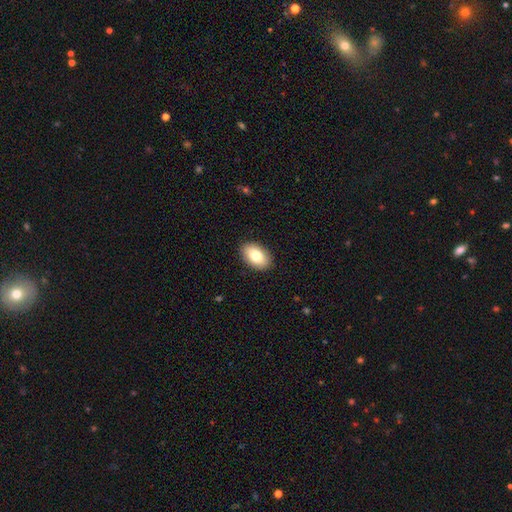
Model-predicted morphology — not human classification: Q: Smooth or featured?
A: smooth (79%); runner-up: featured or disk (14%)
Q: How rounded?
A: in between (91%); runner-up: round (7%)
Q: Merging?
A: none (90%); runner-up: minor disturbance (7%)